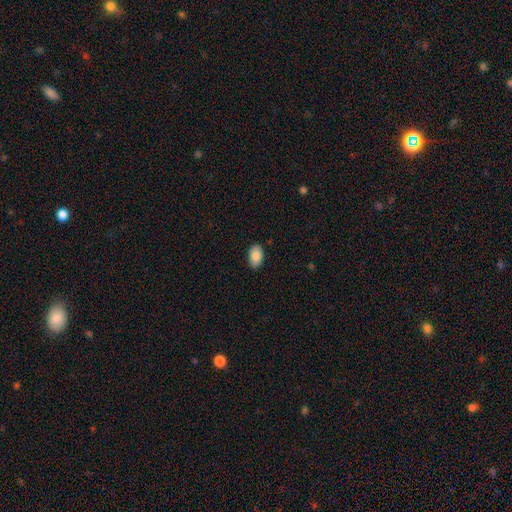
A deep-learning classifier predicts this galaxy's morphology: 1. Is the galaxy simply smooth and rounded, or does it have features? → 88% smooth, 7% star or artifact, 5% featured or disk.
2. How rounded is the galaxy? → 91% in between, 8% round, 1% cigar-shaped.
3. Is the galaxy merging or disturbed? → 87% none, 10% minor disturbance, 2% major disturbance, 1% merger.